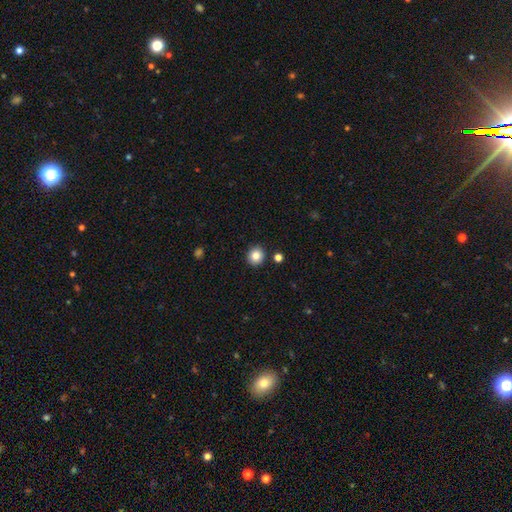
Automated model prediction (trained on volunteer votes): Morphology: type=smooth (83%); roundness=round (90%); merging=none (90%).